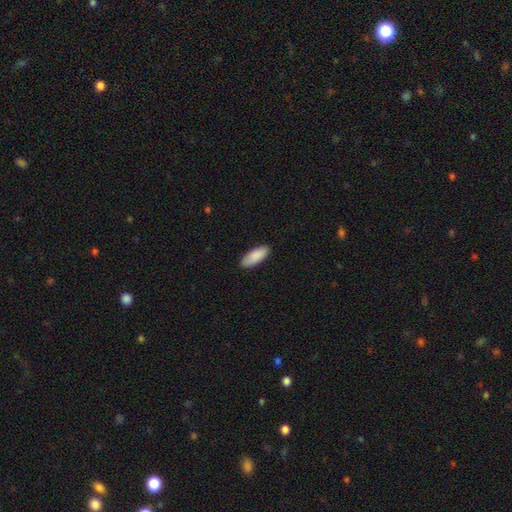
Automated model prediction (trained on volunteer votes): The model was most divided on "how rounded": in between: 76%, cigar-shaped: 23%, round: 2%. More confident: smooth or featured — smooth (89%); merging — none (88%).